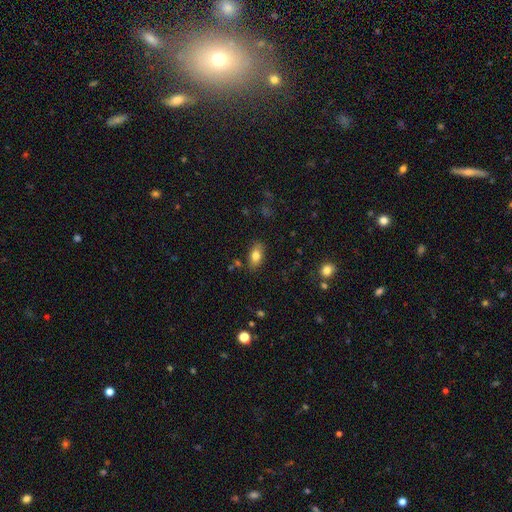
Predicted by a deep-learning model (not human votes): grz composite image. It shows a smooth galaxy with no disk features (79%) that is in between round and cigar-shaped (89%). Merging: none (82%).